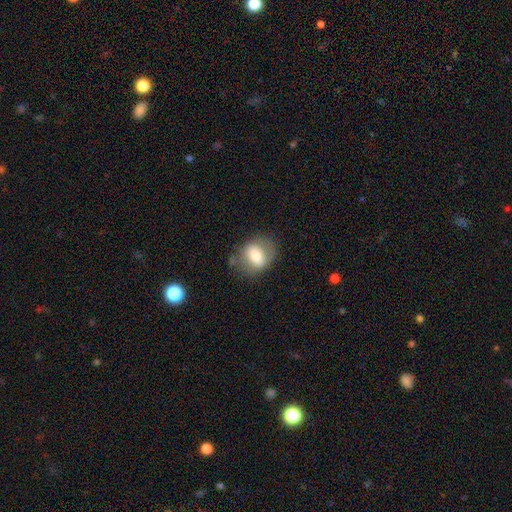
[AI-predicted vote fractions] A smooth galaxy with no disk features (68%) that is in between round and cigar-shaped (62%). Merging: none (68%).